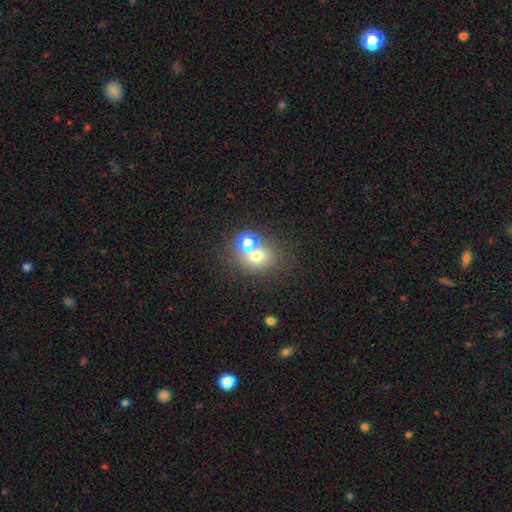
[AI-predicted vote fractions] smooth-or-featured: smooth: 66% | star or artifact: 19% | featured or disk: 16%
  how-rounded: round: 64% | in between: 35% | cigar-shaped: 1%
  merging: merger: 44% | none: 43% | minor disturbance: 8% | major disturbance: 5%